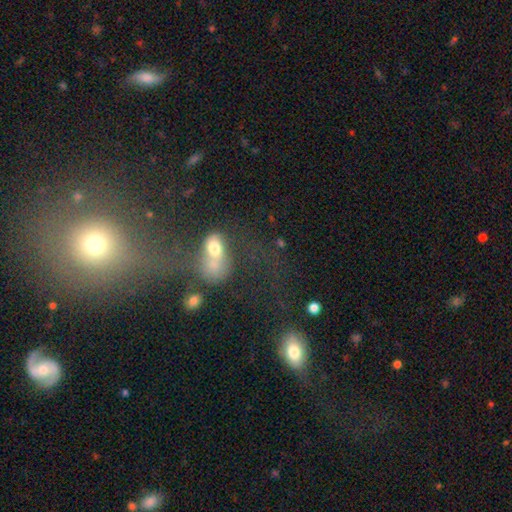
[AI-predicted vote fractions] Overall: featured or disk (40%; smooth 35%). Merging: merger (37%; none 26%).